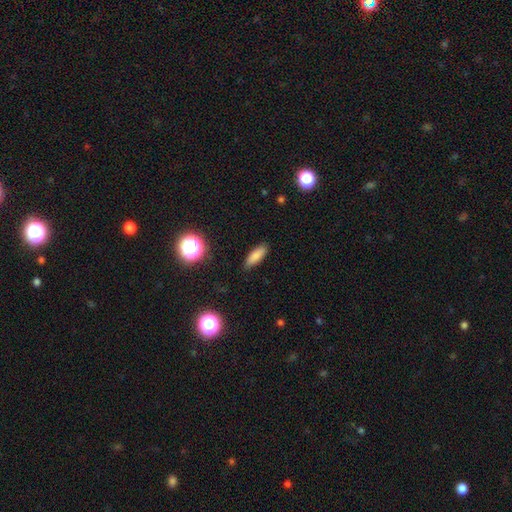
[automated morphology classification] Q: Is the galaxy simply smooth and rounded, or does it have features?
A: smooth — 81%.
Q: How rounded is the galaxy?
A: in between — 62%.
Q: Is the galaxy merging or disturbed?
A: none — 86%.